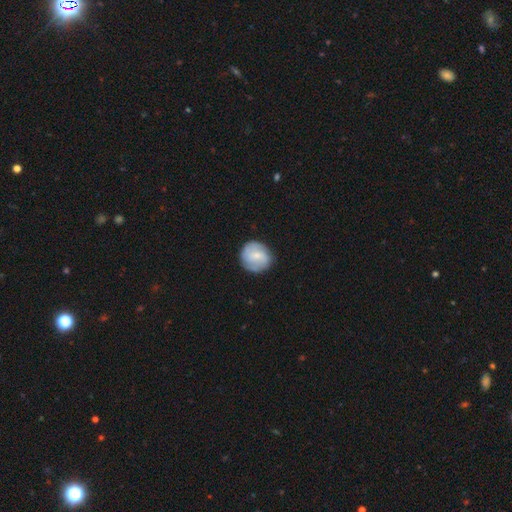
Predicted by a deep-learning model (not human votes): This is possibly a smooth galaxy (51%). How rounded: clearly round (89%). Merging: clearly none (81%).